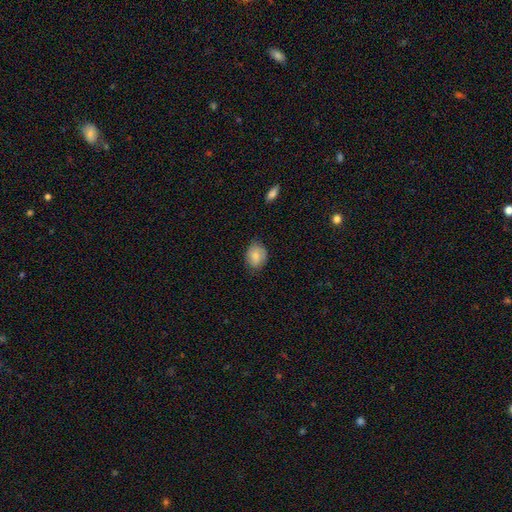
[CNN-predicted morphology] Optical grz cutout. It shows a smooth galaxy with no disk features (78%) that is in between round and cigar-shaped (53%). Merging: none (73%).